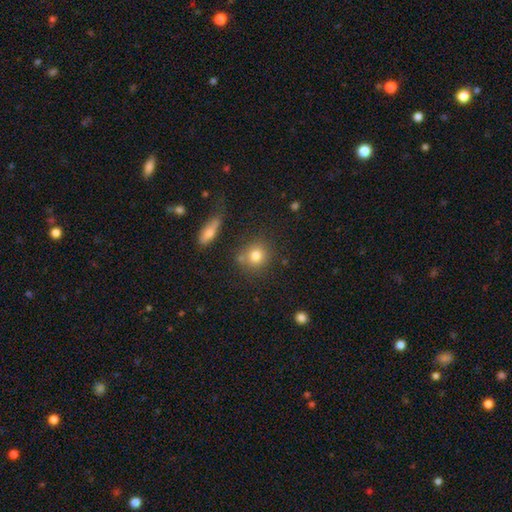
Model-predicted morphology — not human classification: This appears to be a smooth galaxy with no disk features (79%) that is round (84%). Merging: none (72%).